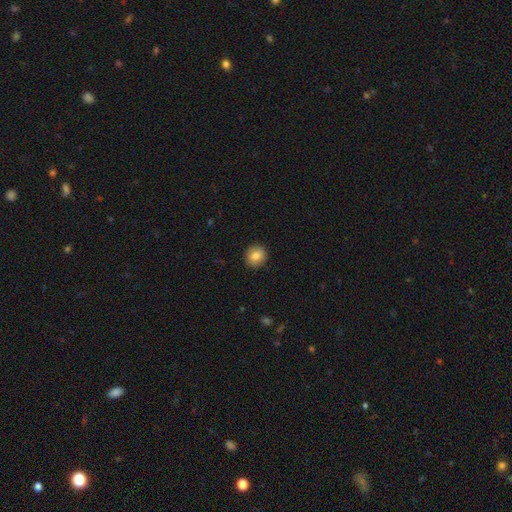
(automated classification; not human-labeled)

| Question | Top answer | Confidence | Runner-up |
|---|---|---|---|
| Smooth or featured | smooth | 83% | star or artifact (9%) |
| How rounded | round | 86% | in between (13%) |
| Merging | none | 91% | minor disturbance (6%) |